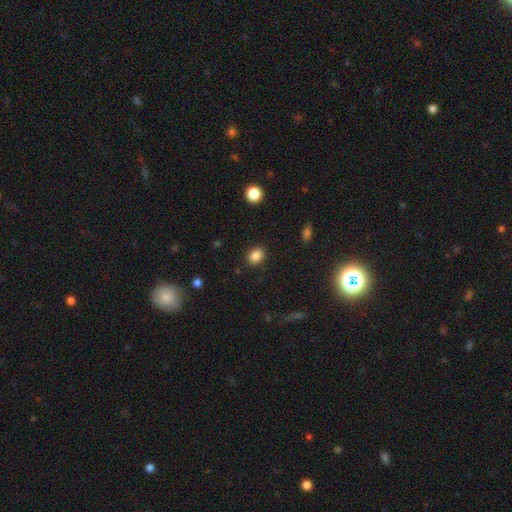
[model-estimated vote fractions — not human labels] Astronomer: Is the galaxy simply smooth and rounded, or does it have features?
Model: smooth — 85%.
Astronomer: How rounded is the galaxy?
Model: round — 50% (runner-up: in between, 49%).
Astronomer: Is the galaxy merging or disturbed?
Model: none — 89%.